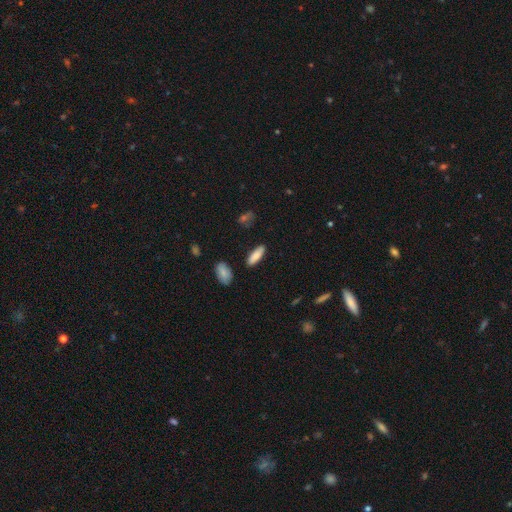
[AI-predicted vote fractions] Morphology: type=smooth (84%); roundness=in between (54%); merging=none (85%).